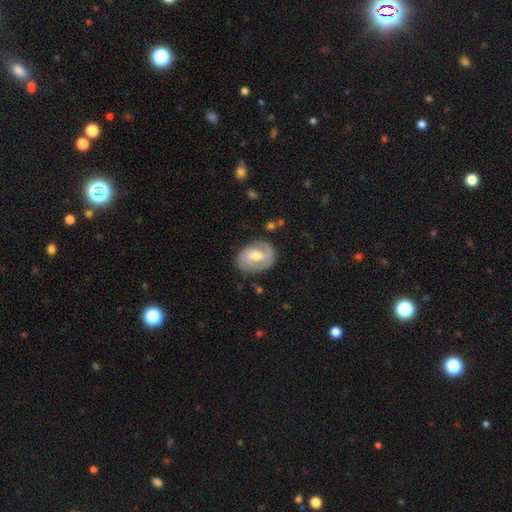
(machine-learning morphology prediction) Smooth or featured?
  - featured or disk: 67% *
  - smooth: 26%
  - star or artifact: 6%
Edge-on disk?
  - no: 96% *
  - yes: 4%
Bar?
  - weak: 49% *
  - no: 34%
  - strong: 17%
Spiral arms?
  - yes: 82% *
  - no: 18%
Spiral winding?
  - tight: 42% *
  - medium: 40%
  - loose: 18%
Spiral arm count?
  - 2: 69% *
  - can't tell: 15%
  - 1: 11%
  - 3: 3%
  - 4: 1%
  - more than 4: 1%
Bulge size?
  - moderate: 69% *
  - small: 23%
  - large: 6%
  - none: 1%
  - dominant: 1%
Merging?
  - none: 74% *
  - minor disturbance: 18%
  - major disturbance: 6%
  - merger: 2%